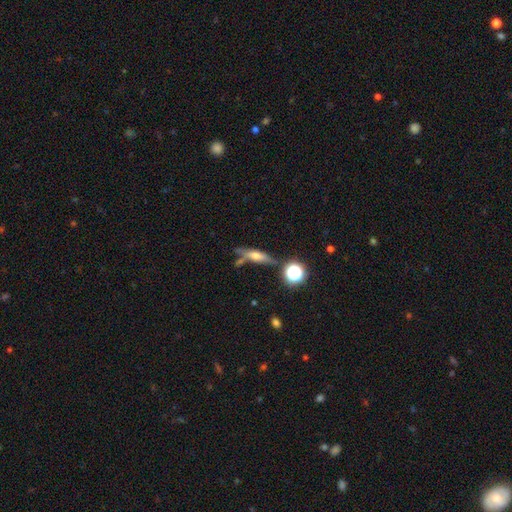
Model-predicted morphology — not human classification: A featured or disk galaxy (48%). Merging: none (63%).